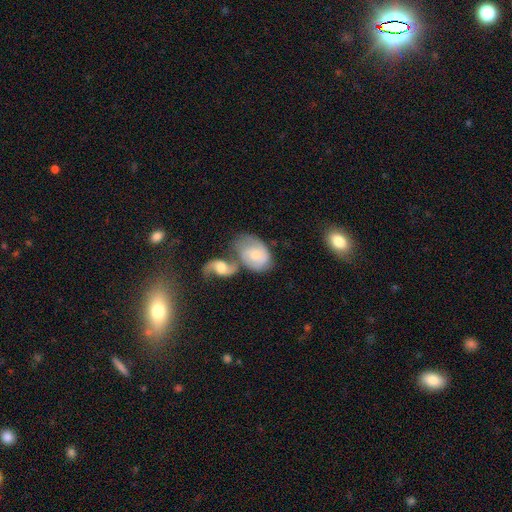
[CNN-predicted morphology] type=featured or disk (52%); edge-on=no (95%); merging=merger (54%).